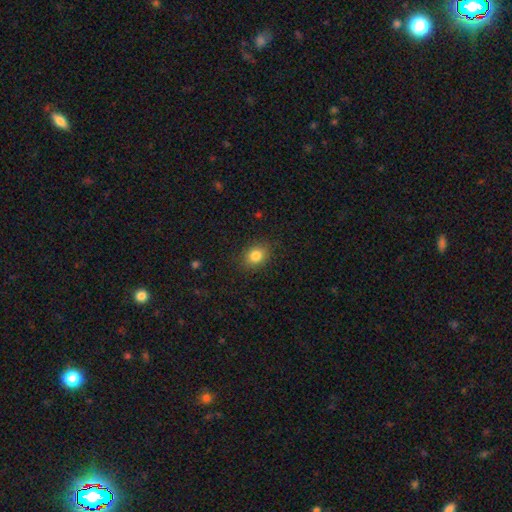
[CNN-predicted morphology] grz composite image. It shows a smooth galaxy with no disk features (83%) that is round (53%). Merging: none (87%).